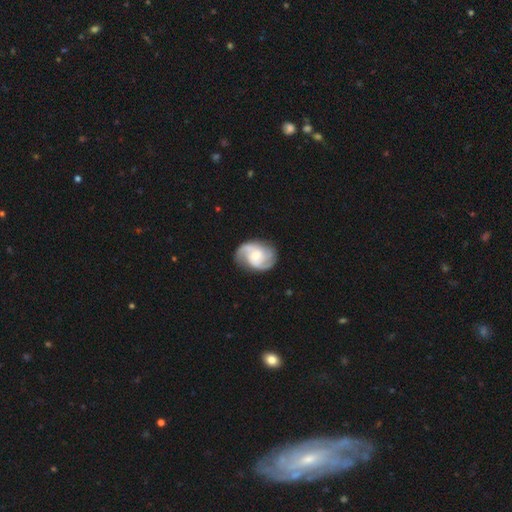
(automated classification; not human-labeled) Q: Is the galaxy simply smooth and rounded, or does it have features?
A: featured or disk — 84%.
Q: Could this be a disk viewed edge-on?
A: no — 98%.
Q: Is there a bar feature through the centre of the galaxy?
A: no — 56%.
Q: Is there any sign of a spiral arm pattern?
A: yes — 97%.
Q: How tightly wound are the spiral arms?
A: medium — 50%.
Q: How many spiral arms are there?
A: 2 — 77%.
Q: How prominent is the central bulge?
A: moderate — 51%.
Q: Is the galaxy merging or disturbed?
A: none — 76%.